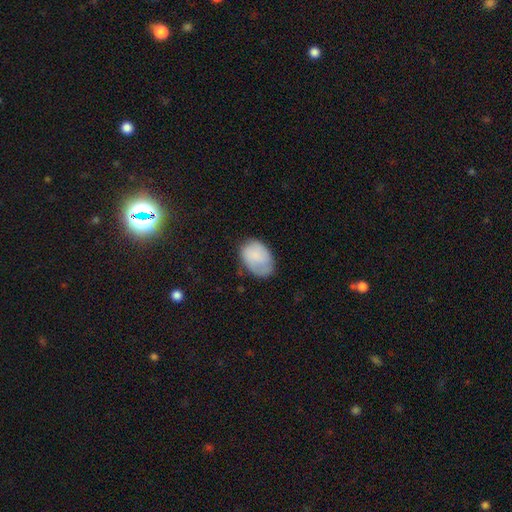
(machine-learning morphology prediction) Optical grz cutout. It shows a smooth galaxy with no disk features (80%) that is in between round and cigar-shaped (85%). Merging: none (58%).